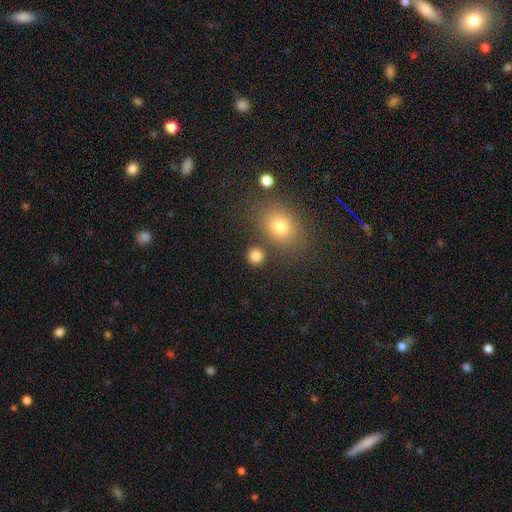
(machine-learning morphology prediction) The model was most divided on "smooth or featured": smooth: 83%, star or artifact: 12%, featured or disk: 6%. More confident: how rounded — round (87%); merging — none (82%).